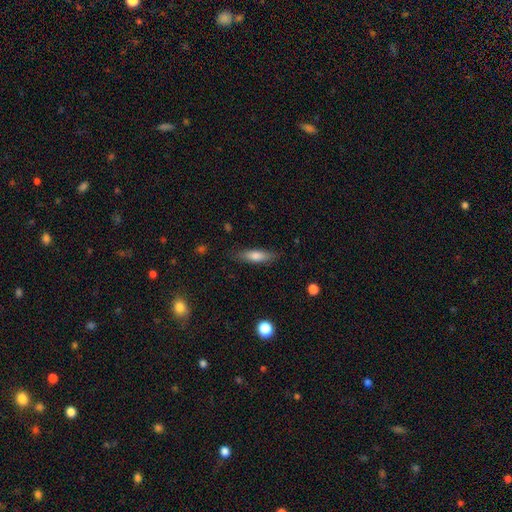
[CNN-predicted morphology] Smooth or featured? Predicted: smooth (p=0.75). How rounded? Predicted: cigar-shaped (p=0.53). Merging? Predicted: none (p=0.83).